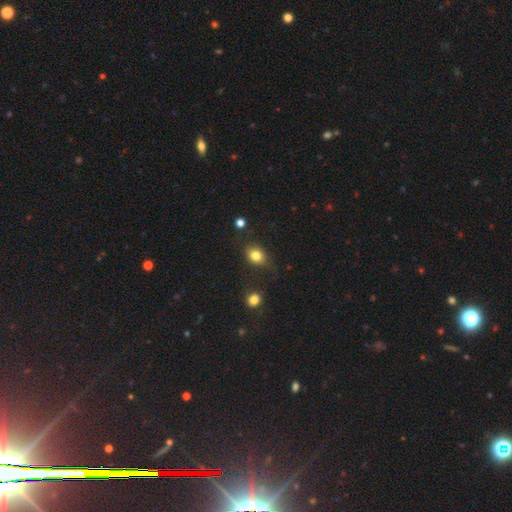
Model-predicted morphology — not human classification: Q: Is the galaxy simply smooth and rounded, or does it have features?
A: smooth — 81%.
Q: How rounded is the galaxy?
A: in between — 55%.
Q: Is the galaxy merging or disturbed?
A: none — 73%.